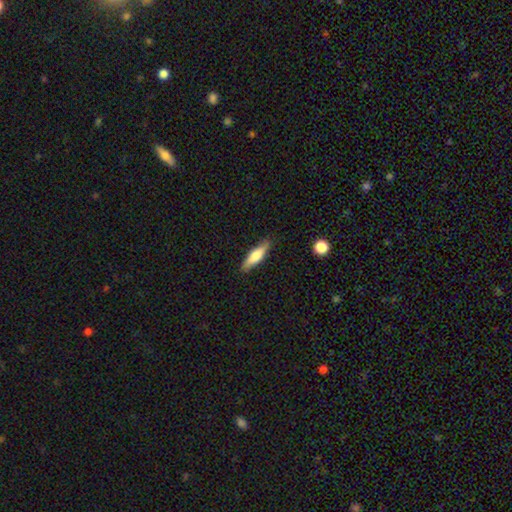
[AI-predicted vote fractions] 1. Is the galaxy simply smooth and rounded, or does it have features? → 60% smooth, 34% featured or disk, 6% star or artifact.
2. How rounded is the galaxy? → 68% cigar-shaped, 30% in between, 2% round.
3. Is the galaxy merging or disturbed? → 86% none, 10% minor disturbance, 2% major disturbance, 1% merger.